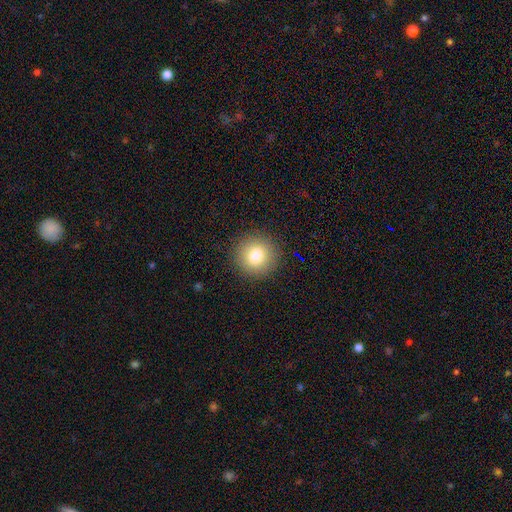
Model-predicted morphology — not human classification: type=smooth (81%); roundness=round (94%); merging=none (91%).